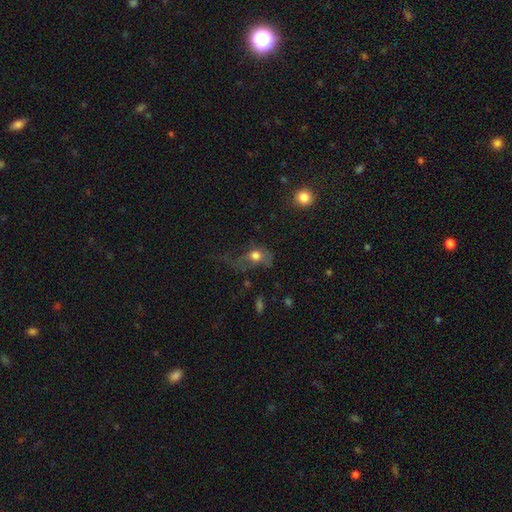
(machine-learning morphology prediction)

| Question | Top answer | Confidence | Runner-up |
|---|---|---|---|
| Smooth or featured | smooth | 61% | featured or disk (27%) |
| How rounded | in between | 61% | round (36%) |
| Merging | major disturbance | 57% | none (21%) |